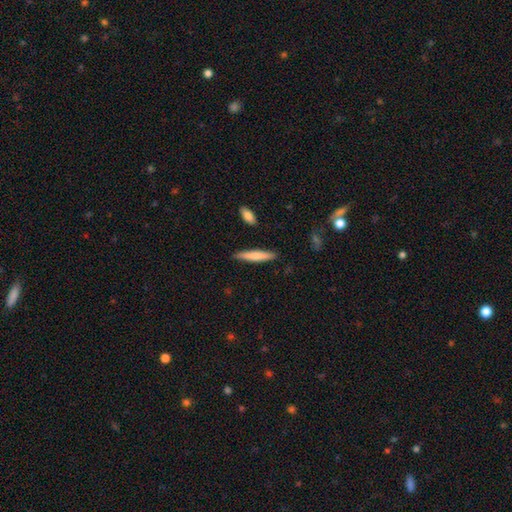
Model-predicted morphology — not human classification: This appears to be a smooth galaxy with no disk features (74%) that is cigar-shaped (91%). Merging: none (88%).